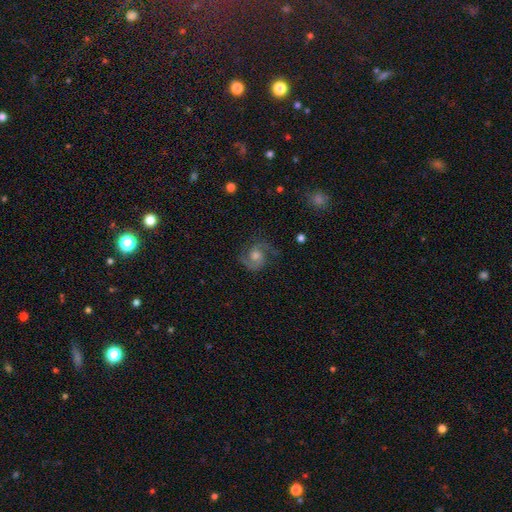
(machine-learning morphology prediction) smooth_or_featured: featured or disk (p=0.85) [alt: star or artifact p=0.08]
disk_edge_on: no (p=0.98) [alt: yes p=0.02]
bar: no (p=0.65) [alt: weak p=0.29]
has_spiral_arms: yes (p=0.97) [alt: no p=0.03]
spiral_winding: medium (p=0.57) [alt: tight p=0.25]
spiral_arm_count: 2 (p=0.91) [alt: can't tell p=0.03]
bulge_size: moderate (p=0.61) [alt: small p=0.24]
merging: none (p=0.78) [alt: minor disturbance p=0.14]